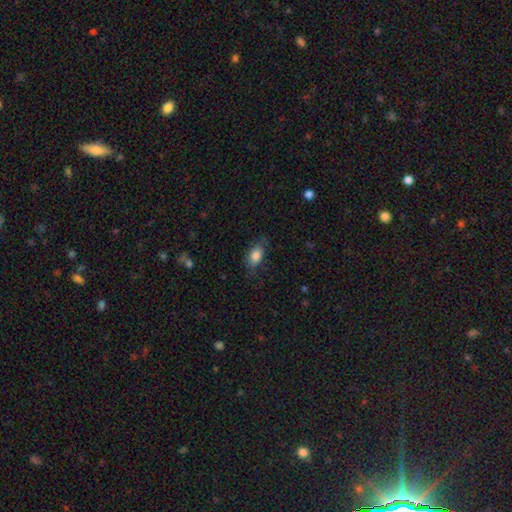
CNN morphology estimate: type=smooth (82%); roundness=in between (87%); merging=none (69%).